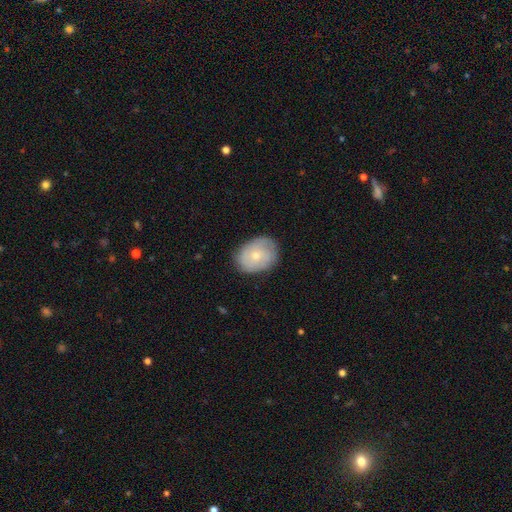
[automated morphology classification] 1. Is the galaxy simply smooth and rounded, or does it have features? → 51% smooth, 42% featured or disk, 7% star or artifact.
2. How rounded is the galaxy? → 63% in between, 36% round, 1% cigar-shaped.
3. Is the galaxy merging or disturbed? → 76% none, 18% minor disturbance, 4% major disturbance, 1% merger.